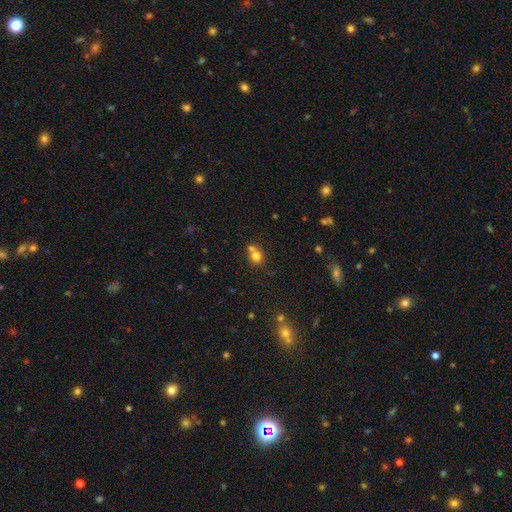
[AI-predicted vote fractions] This appears to be a smooth galaxy with no disk features (76%) that is round (75%). Merging: merger (46%).